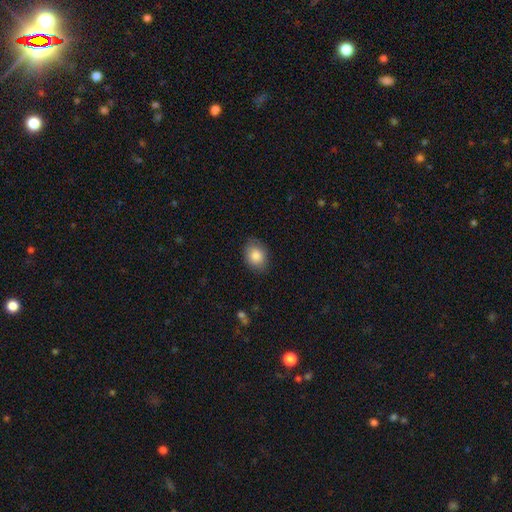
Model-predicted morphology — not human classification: Smooth or featured? Predicted: smooth (p=0.85). How rounded? Predicted: in between (p=0.64). Merging? Predicted: none (p=0.82).